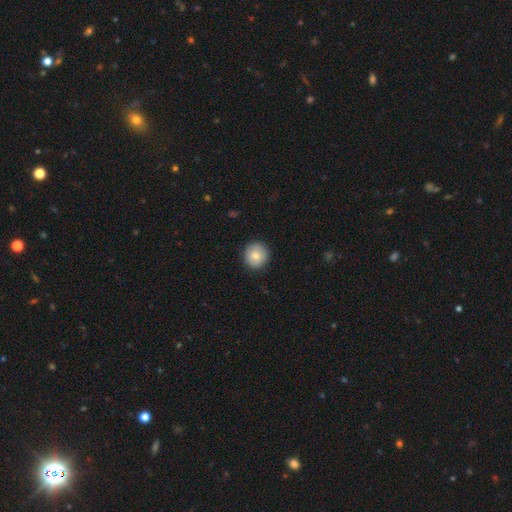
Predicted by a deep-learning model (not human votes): Smooth or featured: smooth — 81% (featured or disk — 11%)
How rounded: round — 90% (in between — 9%)
Merging: none — 90% (minor disturbance — 8%)